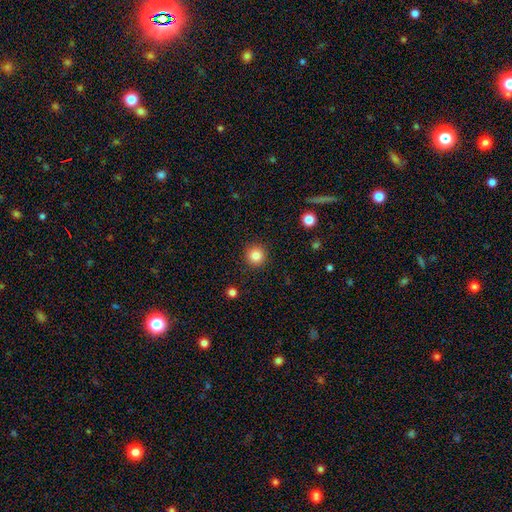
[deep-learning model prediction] smooth_or_featured: smooth (p=0.84) [alt: star or artifact p=0.11]
how_rounded: round (p=0.95) [alt: in between p=0.04]
merging: none (p=0.91) [alt: minor disturbance p=0.05]